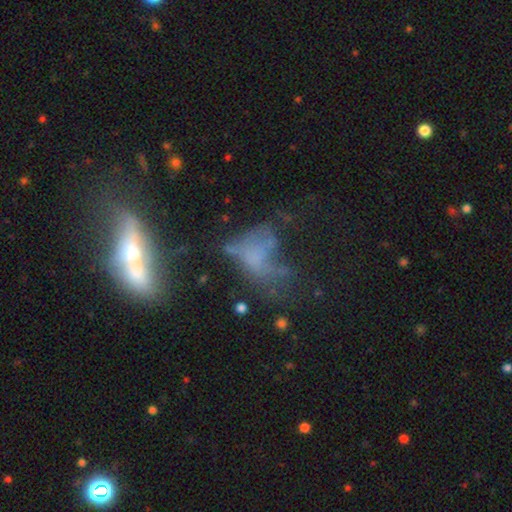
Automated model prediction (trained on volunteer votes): Morphology: type=smooth (41%); merging=major disturbance (36%).